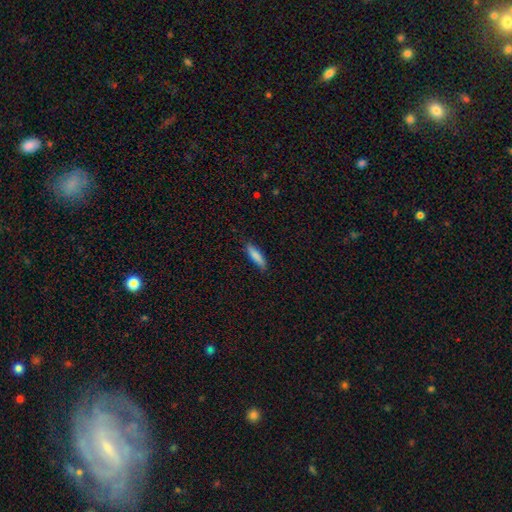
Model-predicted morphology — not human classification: A smooth galaxy with no disk features (82%) that is cigar-shaped (72%). Merging: none (84%).